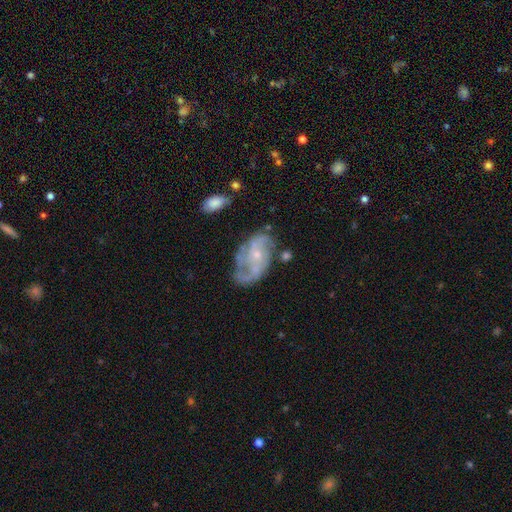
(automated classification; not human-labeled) Smooth or featured: featured or disk — 80% (smooth — 14%)
Edge-on disk: no — 97% (yes — 3%)
Bar: no — 66% (weak — 28%)
Spiral arms: yes — 88% (no — 12%)
Spiral winding: medium — 45% (tight — 30%)
Spiral arm count: 2 — 49% (can't tell — 25%)
Bulge size: small — 73% (moderate — 21%)
Merging: none — 55% (minor disturbance — 25%)